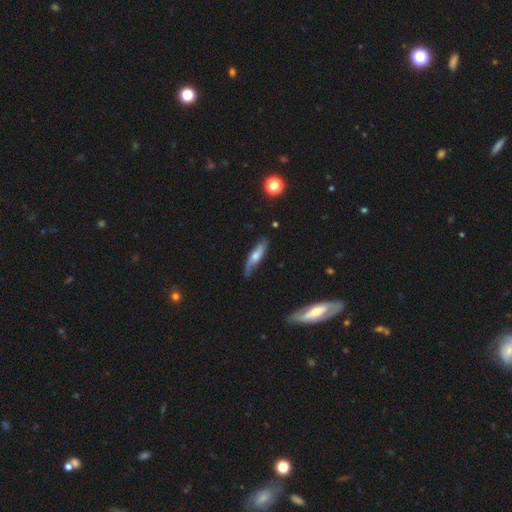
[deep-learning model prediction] A smooth galaxy with no disk features (47%). Merging: none (68%).